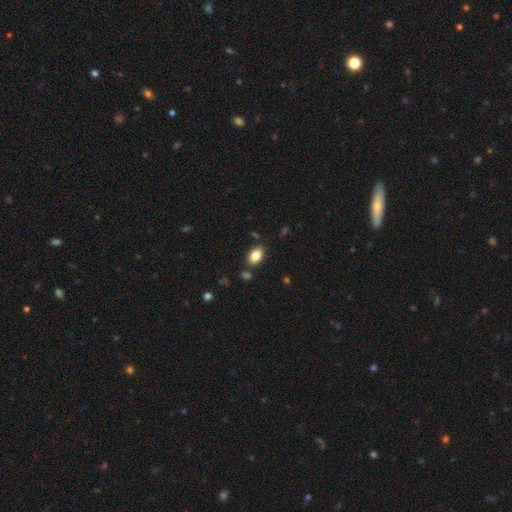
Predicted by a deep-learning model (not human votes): A smooth galaxy with no disk features (84%) that is in between round and cigar-shaped (89%).

Vote fractions:
- Smooth or featured? smooth: 84% / star or artifact: 8% / featured or disk: 7%
- How rounded? in between: 89% / round: 10% / cigar-shaped: 2%
- Merging? none: 83% / minor disturbance: 10% / merger: 4% / major disturbance: 2%